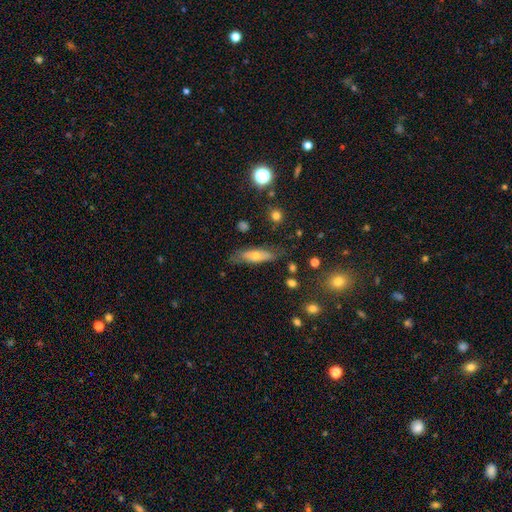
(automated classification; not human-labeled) Smooth or featured: smooth — 58% (featured or disk — 34%)
How rounded: in between — 51% (cigar-shaped — 46%)
Merging: none — 69% (minor disturbance — 22%)